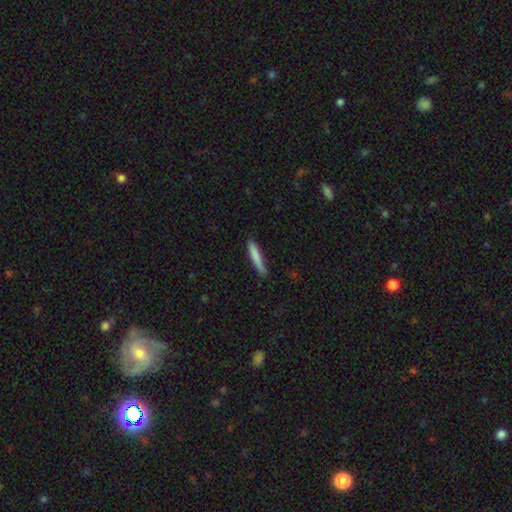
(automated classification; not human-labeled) This appears to be a smooth galaxy with no disk features (81%) that is cigar-shaped (92%). Merging: none (73%).